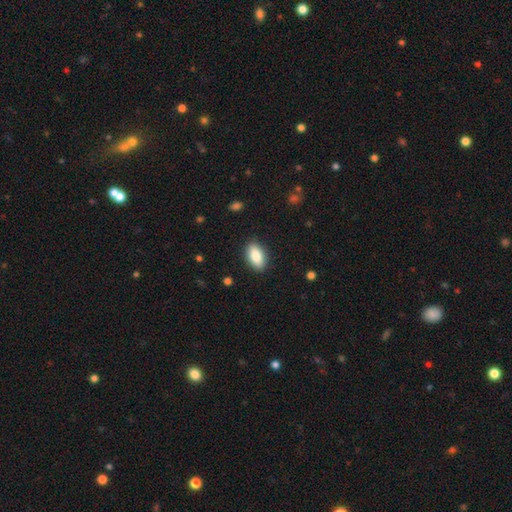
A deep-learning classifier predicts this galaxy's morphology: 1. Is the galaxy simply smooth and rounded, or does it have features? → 84% smooth, 9% featured or disk, 7% star or artifact.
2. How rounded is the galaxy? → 91% in between, 5% cigar-shaped, 5% round.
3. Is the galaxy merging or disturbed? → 89% none, 8% minor disturbance, 2% major disturbance, 1% merger.